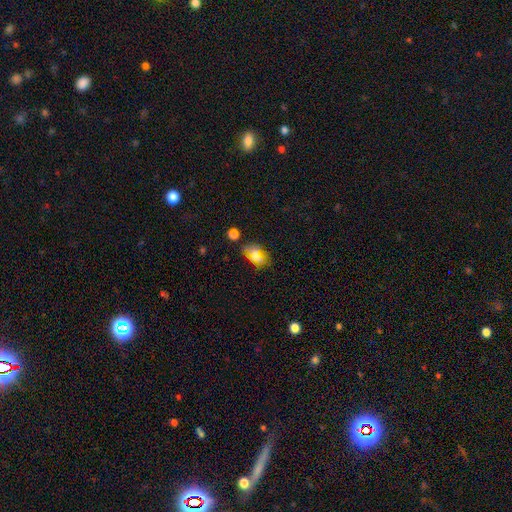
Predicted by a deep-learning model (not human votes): A smooth galaxy with no disk features (62%) that is in between round and cigar-shaped (80%). Merging: none (70%).